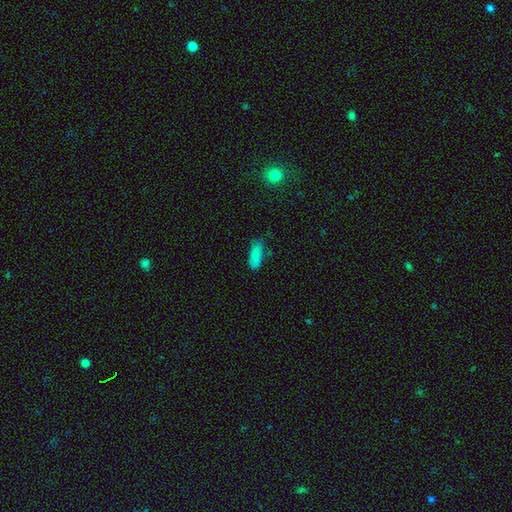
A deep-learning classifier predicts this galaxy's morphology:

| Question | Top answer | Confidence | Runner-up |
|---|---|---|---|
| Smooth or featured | smooth | 80% | featured or disk (11%) |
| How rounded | in between | 79% | cigar-shaped (19%) |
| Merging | none | 62% | minor disturbance (28%) |